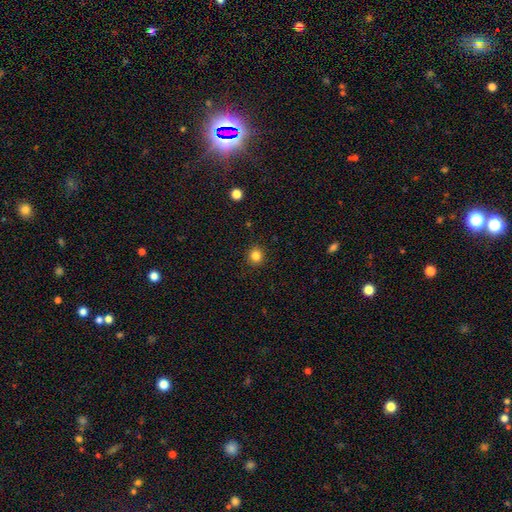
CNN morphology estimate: Overall: smooth (83%). How rounded: round (89%). Merging: none (91%).